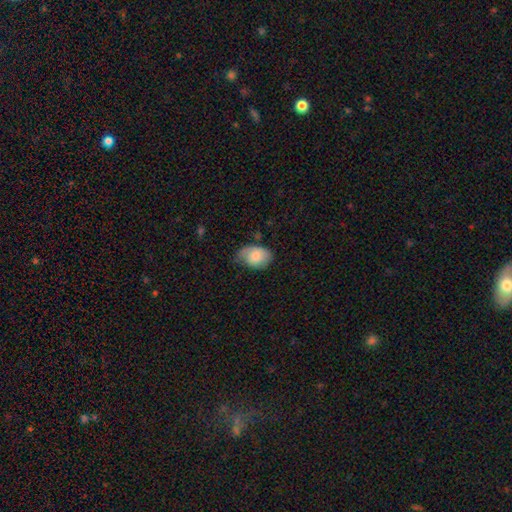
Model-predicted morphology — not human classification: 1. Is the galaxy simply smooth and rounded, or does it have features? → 74% smooth, 20% featured or disk, 7% star or artifact.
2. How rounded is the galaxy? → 81% in between, 18% round, 1% cigar-shaped.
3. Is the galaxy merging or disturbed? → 42% none, 41% minor disturbance, 15% major disturbance, 2% merger.